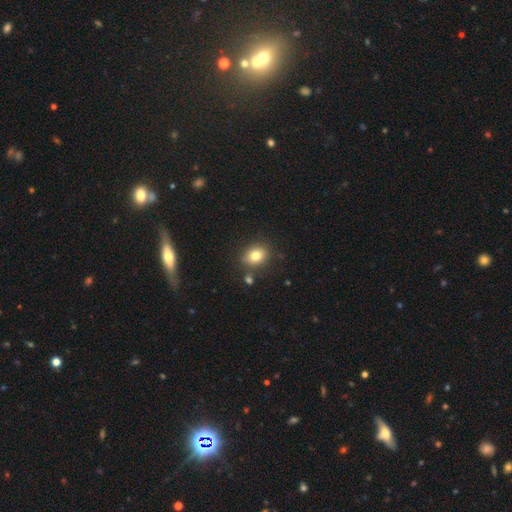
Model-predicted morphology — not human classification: Smooth or featured? Predicted: smooth (p=0.79). How rounded? Predicted: round (p=0.50). Merging? Predicted: none (p=0.79).